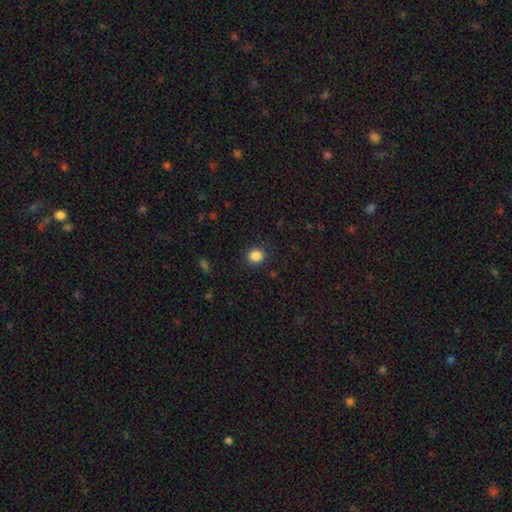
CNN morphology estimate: Q: Smooth or featured?
A: smooth (86%); runner-up: star or artifact (10%)
Q: How rounded?
A: round (79%); runner-up: in between (20%)
Q: Merging?
A: none (89%); runner-up: minor disturbance (8%)